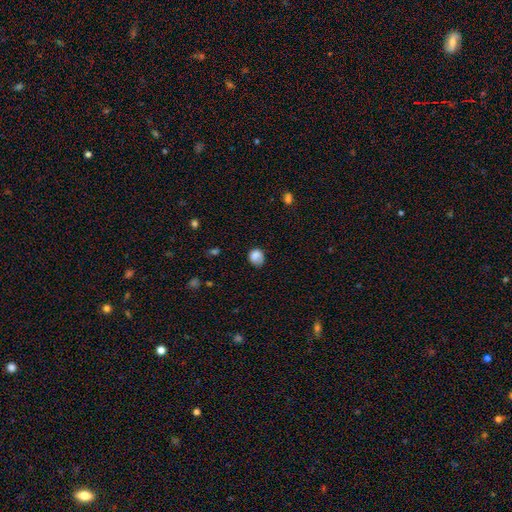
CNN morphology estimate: This is clearly a smooth galaxy (80%). How rounded: likely round (60%). Merging: possibly none (53%).